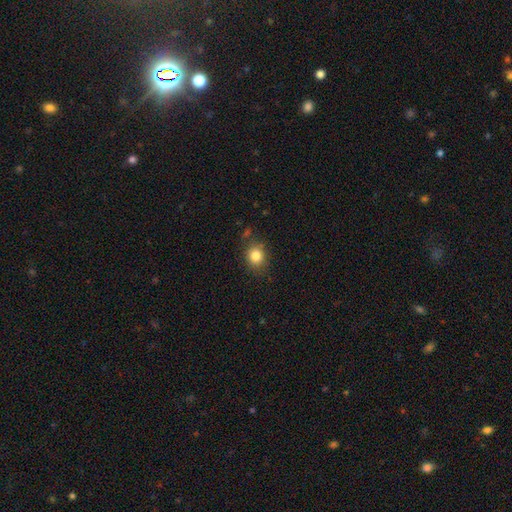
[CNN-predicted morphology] The model was most divided on "how rounded": round: 71%, in between: 28%, cigar-shaped: 1%. More confident: smooth or featured — smooth (82%); merging — none (80%).